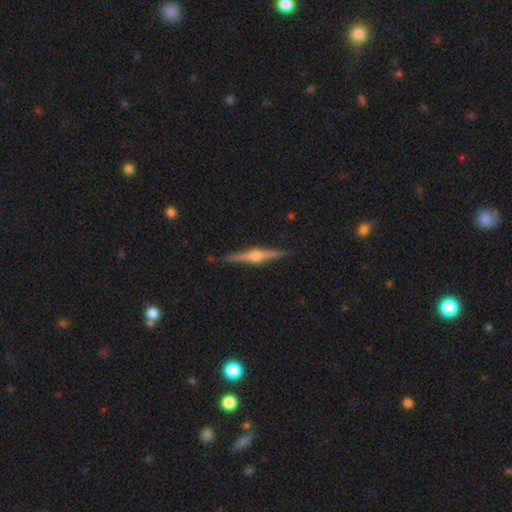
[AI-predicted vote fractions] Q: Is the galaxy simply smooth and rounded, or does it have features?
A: featured or disk — 84%.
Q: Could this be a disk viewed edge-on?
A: yes — 98%.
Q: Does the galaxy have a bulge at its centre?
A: rounded — 93%.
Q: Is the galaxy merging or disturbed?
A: none — 90%.